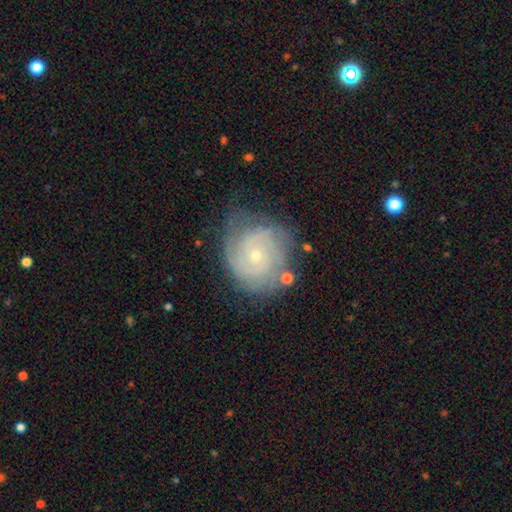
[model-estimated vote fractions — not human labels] Smooth or featured? featured or disk (81%)
Edge-on disk? no (98%)
Bar? no (78%)
Spiral arms? yes (94%)
Spiral winding? tight (72%)
Spiral arm count? can't tell (33%)
Bulge size? small (75%)
Merging? none (62%)